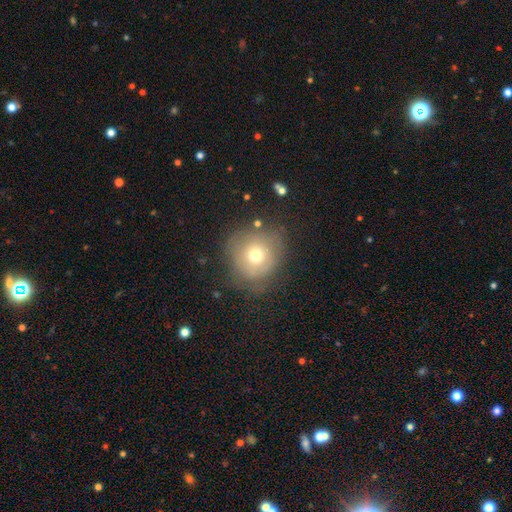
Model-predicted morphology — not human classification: This appears to be a smooth galaxy with no disk features (65%) that is round (86%). Merging: none (65%).